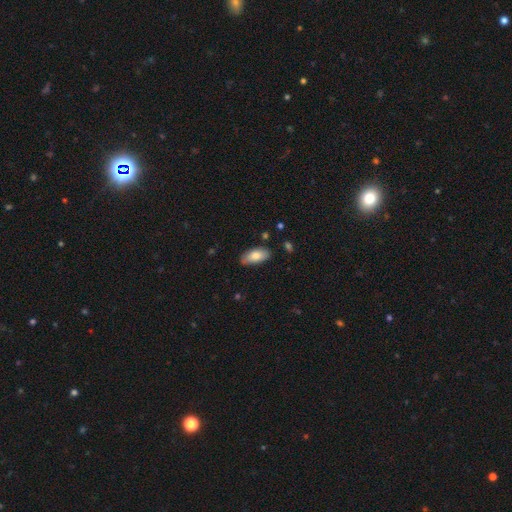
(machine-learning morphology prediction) type=smooth (79%); roundness=in between (89%); merging=none (80%).